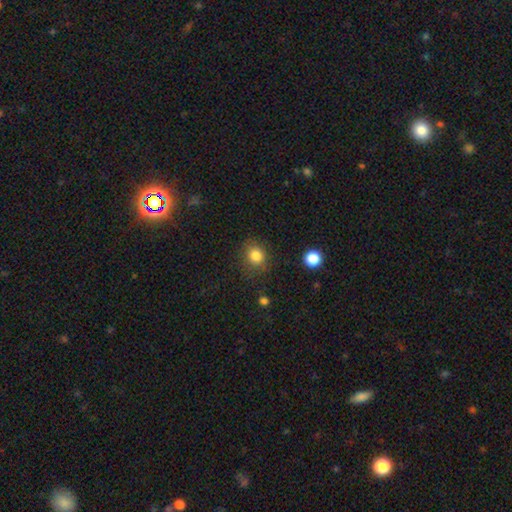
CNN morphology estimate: This appears to be a smooth galaxy with no disk features (83%) that is round (75%). Merging: none (78%).